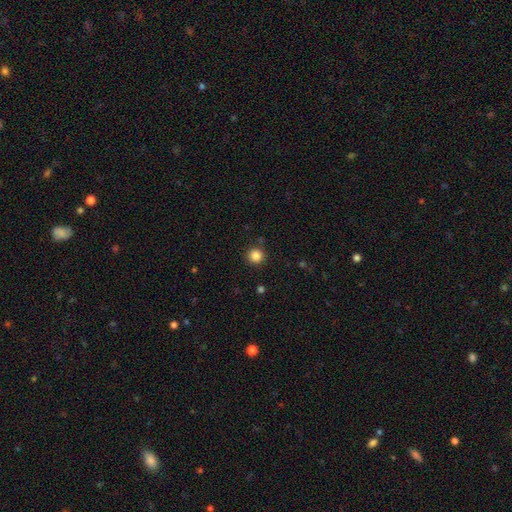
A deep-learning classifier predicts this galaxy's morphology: A smooth galaxy with no disk features (86%) that is round (95%).

Vote fractions:
- Smooth or featured? smooth: 86% / star or artifact: 11% / featured or disk: 3%
- How rounded? round: 95% / in between: 4% / cigar-shaped: 1%
- Merging? none: 90% / minor disturbance: 6% / major disturbance: 2% / merger: 2%